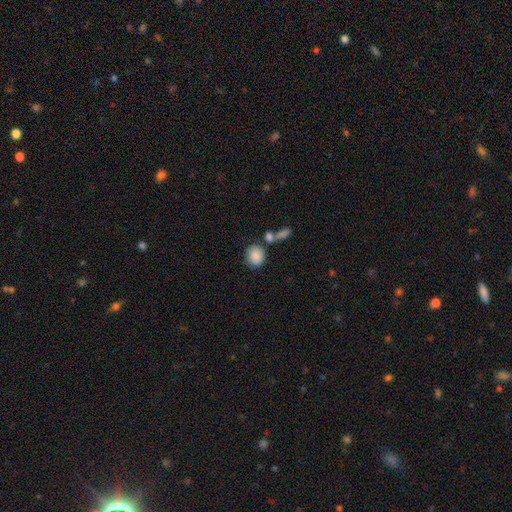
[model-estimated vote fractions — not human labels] Overall: smooth (87%). How rounded: round (60%; in between 39%). Merging: none (64%).